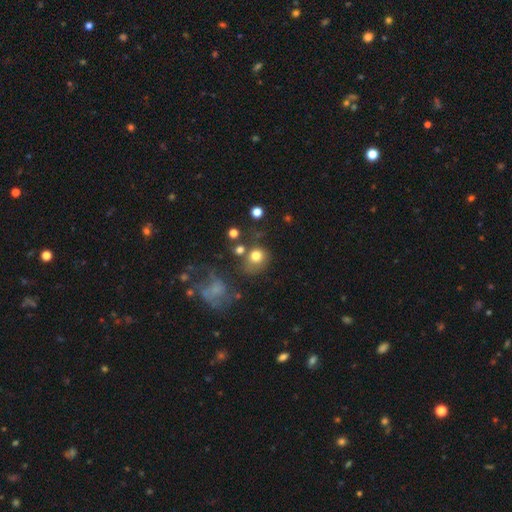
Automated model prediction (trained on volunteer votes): Smooth or featured: smooth — 76% (star or artifact — 12%)
How rounded: round — 72% (in between — 27%)
Merging: none — 53% (minor disturbance — 20%)